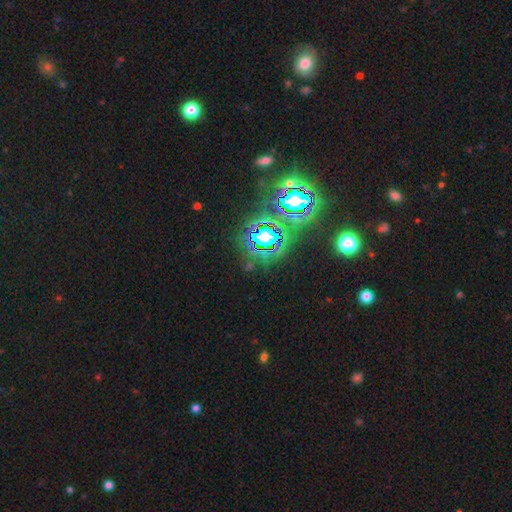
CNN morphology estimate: Smooth or featured: star or artifact — 82% (smooth — 10%)